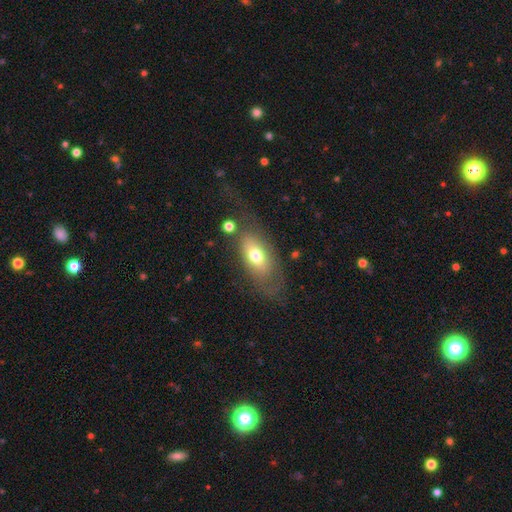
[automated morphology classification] Q: Smooth or featured?
A: smooth (65%); runner-up: featured or disk (27%)
Q: How rounded?
A: in between (86%); runner-up: cigar-shaped (8%)
Q: Merging?
A: none (56%); runner-up: minor disturbance (21%)